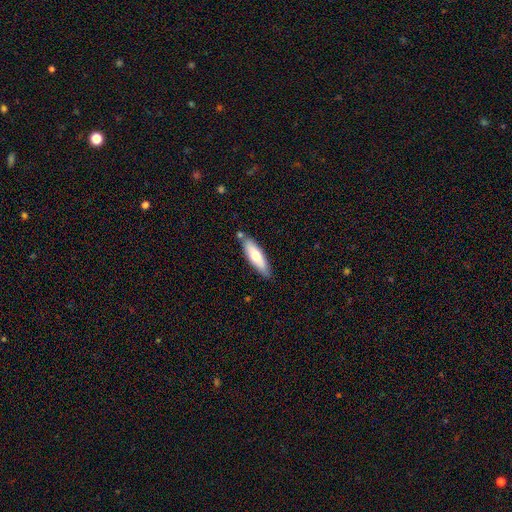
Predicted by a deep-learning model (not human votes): Overall: smooth (65%; featured or disk 30%). How rounded: cigar-shaped (59%; in between 39%). Merging: none (78%).